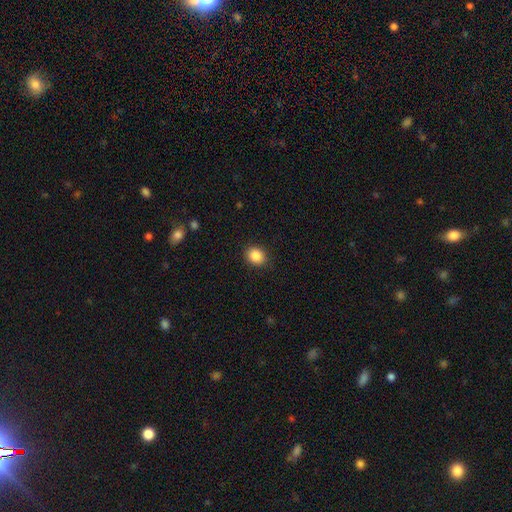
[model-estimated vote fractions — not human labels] Smooth or featured? Predicted: smooth (p=0.87). How rounded? Predicted: round (p=0.63). Merging? Predicted: none (p=0.88).